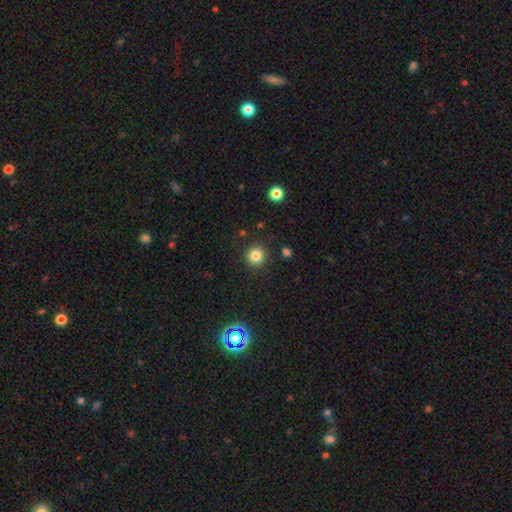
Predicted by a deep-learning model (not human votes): smooth 83%, star or artifact 12%, featured or disk 5%. Down the decision tree: how rounded — round (92%); merging — none (89%).